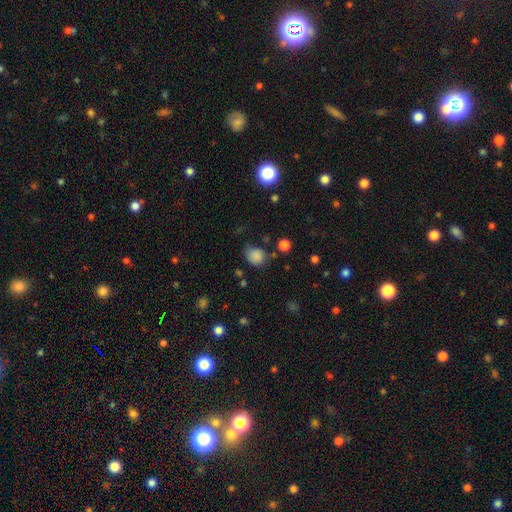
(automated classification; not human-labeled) A smooth galaxy with no disk features (83%) that is round (70%). Merging: none (63%).